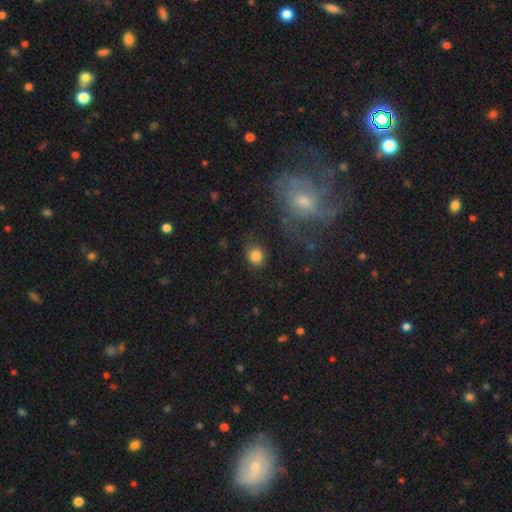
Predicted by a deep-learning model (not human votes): Smooth or featured: smooth — 84% (star or artifact — 10%)
How rounded: round — 70% (in between — 28%)
Merging: none — 77% (minor disturbance — 15%)